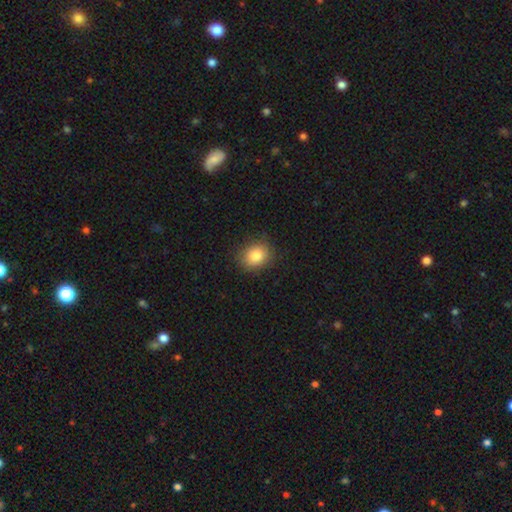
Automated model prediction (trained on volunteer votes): smooth 83%, star or artifact 10%, featured or disk 7%. Down the decision tree: how rounded — round (62%); merging — none (84%).